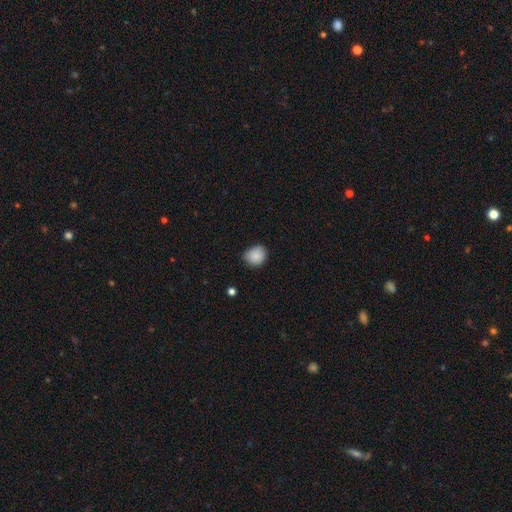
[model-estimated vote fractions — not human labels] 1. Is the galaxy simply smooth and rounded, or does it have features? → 88% smooth, 8% star or artifact, 4% featured or disk.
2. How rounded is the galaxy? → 70% round, 30% in between, 1% cigar-shaped.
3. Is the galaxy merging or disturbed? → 74% none, 22% minor disturbance, 3% major disturbance, 1% merger.